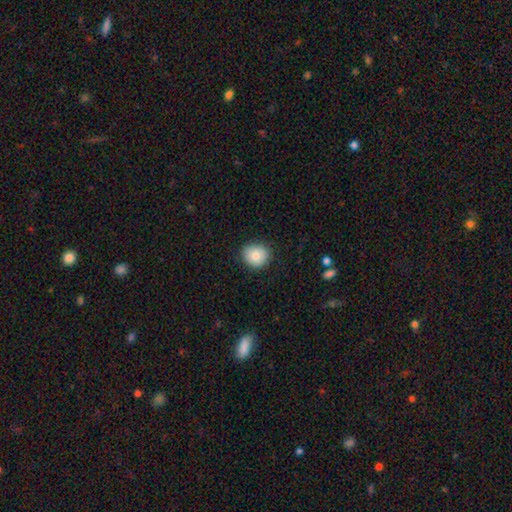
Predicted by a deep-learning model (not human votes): Overall: smooth (81%). How rounded: round (81%). Merging: none (86%).